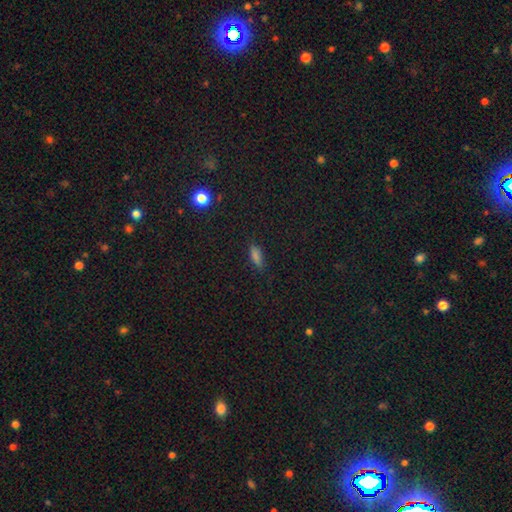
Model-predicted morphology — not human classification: type=smooth (75%); roundness=in between (64%); merging=none (80%).